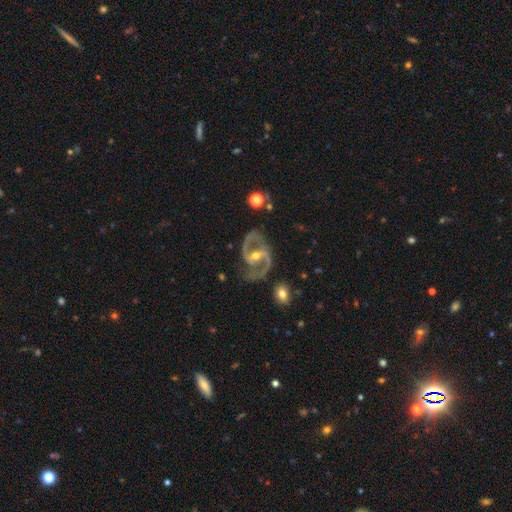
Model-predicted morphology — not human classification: Overall: featured or disk (92%). Edge-on disk: no (97%). Bar: strong (51%; weak 34%). Spiral arms: yes (97%). Spiral arm count: 2 (93%). Spiral winding: medium (60%; loose 27%). Bulge size: moderate (58%; small 38%). Merging: none (73%).